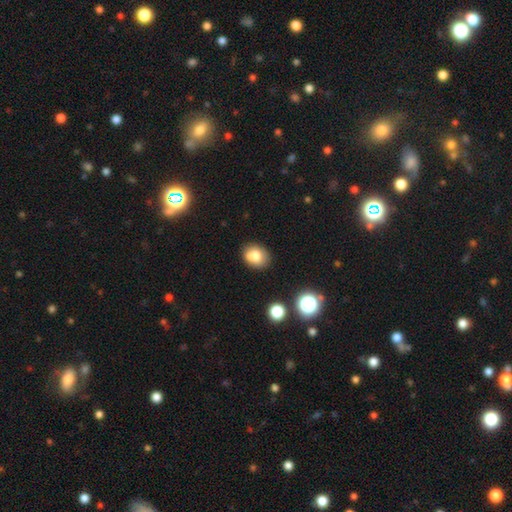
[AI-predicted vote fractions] This appears to be a smooth galaxy with no disk features (71%) that is round (51%). Merging: none (51%).